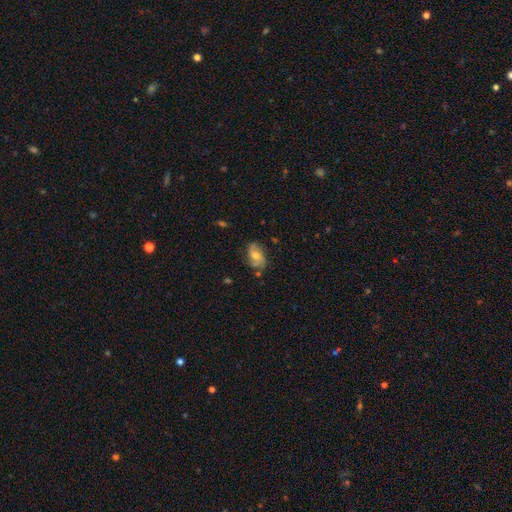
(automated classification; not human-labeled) Smooth or featured? Predicted: featured or disk (p=0.57). Edge-on disk? Predicted: no (p=0.95). Bar? Predicted: no (p=0.57). Spiral arms? Predicted: yes (p=0.84). Bulge size? Predicted: moderate (p=0.62). Merging? Predicted: none (p=0.67).